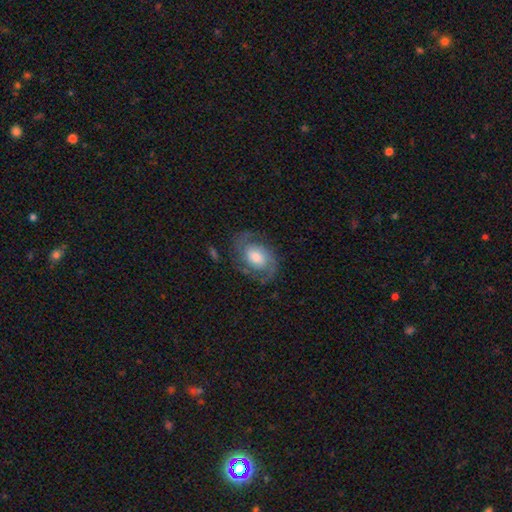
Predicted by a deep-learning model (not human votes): Smooth or featured: featured or disk — 80% (smooth — 13%)
Edge-on disk: no — 97% (yes — 3%)
Bar: no — 61% (weak — 31%)
Spiral arms: yes — 95% (no — 5%)
Spiral winding: medium — 48% (tight — 38%)
Spiral arm count: 2 — 89% (can't tell — 5%)
Bulge size: moderate — 50% (large — 29%)
Merging: none — 78% (minor disturbance — 14%)